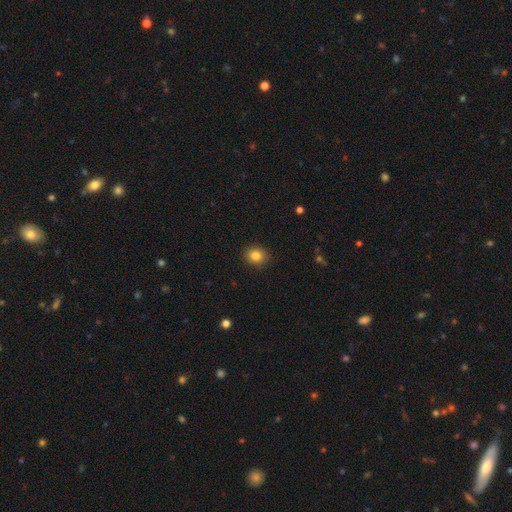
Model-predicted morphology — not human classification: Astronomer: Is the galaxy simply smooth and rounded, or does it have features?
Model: smooth — 82%.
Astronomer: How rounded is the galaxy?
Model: round — 72%.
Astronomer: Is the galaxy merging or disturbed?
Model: none — 91%.